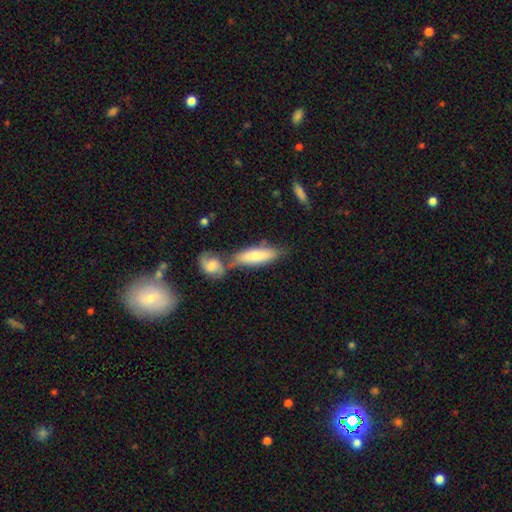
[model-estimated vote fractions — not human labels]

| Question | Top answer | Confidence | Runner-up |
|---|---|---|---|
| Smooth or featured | smooth | 75% | featured or disk (19%) |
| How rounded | in between | 53% | cigar-shaped (44%) |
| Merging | none | 46% | merger (35%) |